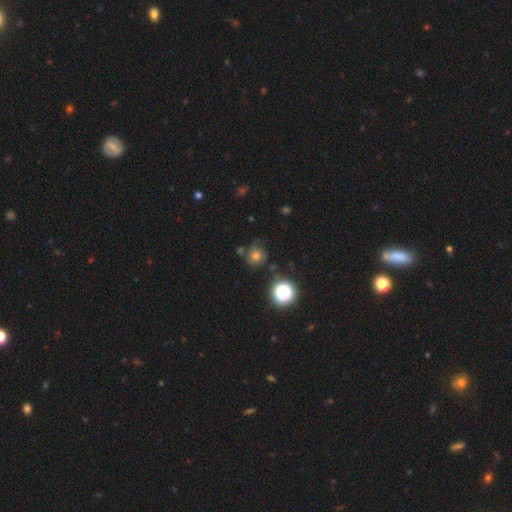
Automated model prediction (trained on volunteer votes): This appears to be a smooth galaxy with no disk features (60%) that is round (88%). Merging: none (63%).